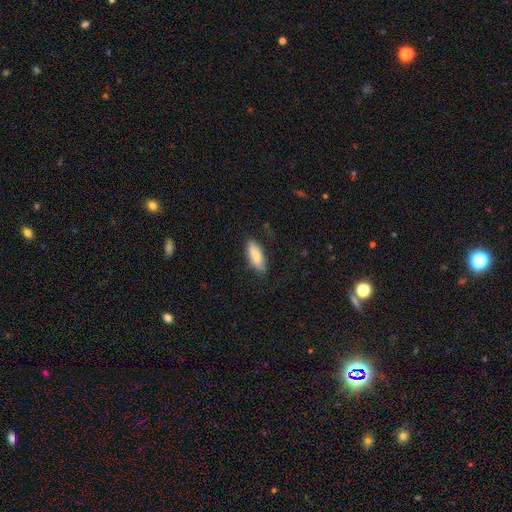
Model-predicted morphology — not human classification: The model was most divided on "how rounded": in between: 72%, cigar-shaped: 26%, round: 2%. More confident: smooth or featured — smooth (78%); merging — none (74%).